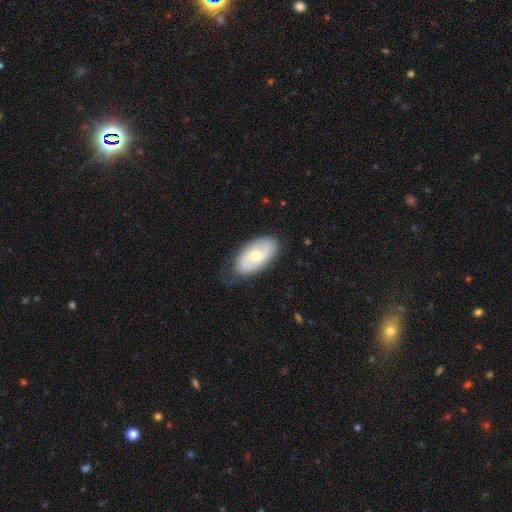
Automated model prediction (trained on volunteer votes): Morphology: type=featured or disk (59%); edge-on=no (93%); bar=no (61%); spiral arms=yes (73%); bulge=moderate (60%); merging=none (75%).